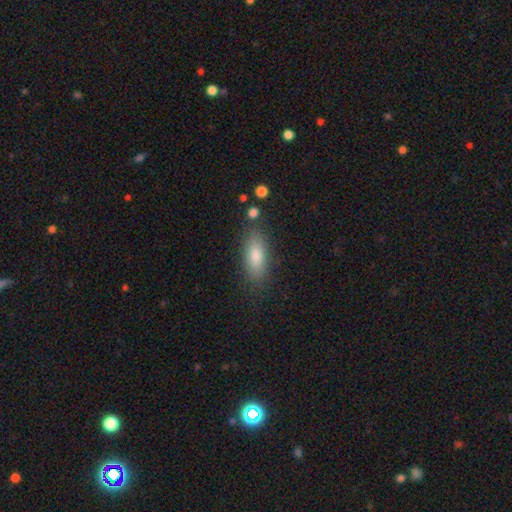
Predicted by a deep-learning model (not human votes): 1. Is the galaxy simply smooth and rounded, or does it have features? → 79% smooth, 13% featured or disk, 8% star or artifact.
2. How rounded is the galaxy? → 75% in between, 22% cigar-shaped, 3% round.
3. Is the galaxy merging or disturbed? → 82% none, 12% minor disturbance, 3% major disturbance, 3% merger.